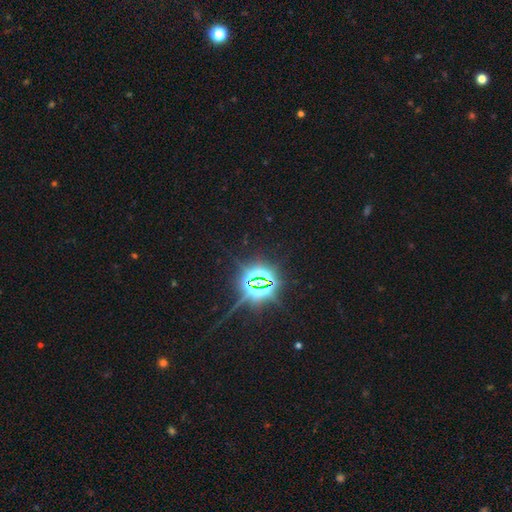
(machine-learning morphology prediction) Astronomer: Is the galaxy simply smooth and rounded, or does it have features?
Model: star or artifact — 83%.